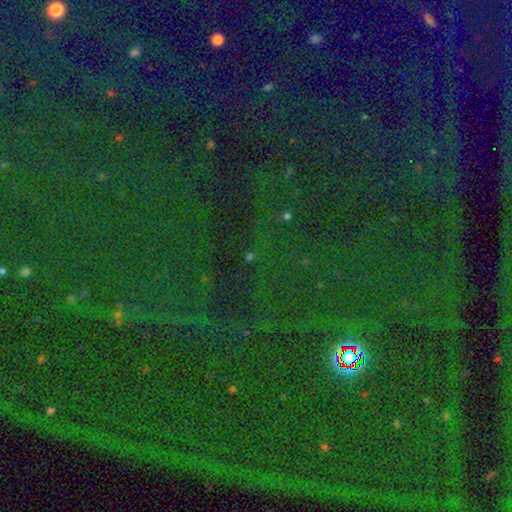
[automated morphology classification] star or artifact 83%, smooth 11%, featured or disk 7%.